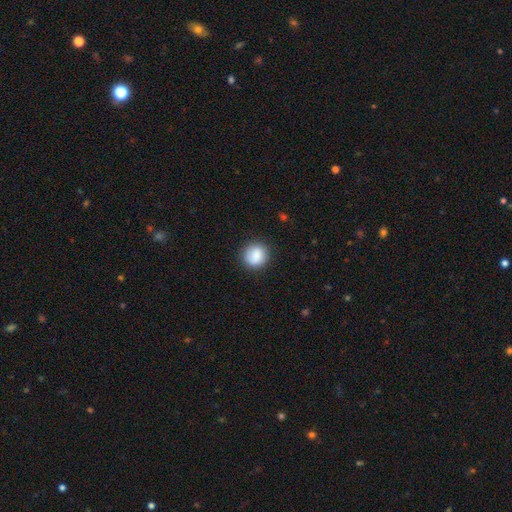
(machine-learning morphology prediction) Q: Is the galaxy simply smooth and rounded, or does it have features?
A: smooth — 87%.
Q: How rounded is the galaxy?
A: round — 90%.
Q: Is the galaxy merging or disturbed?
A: none — 86%.